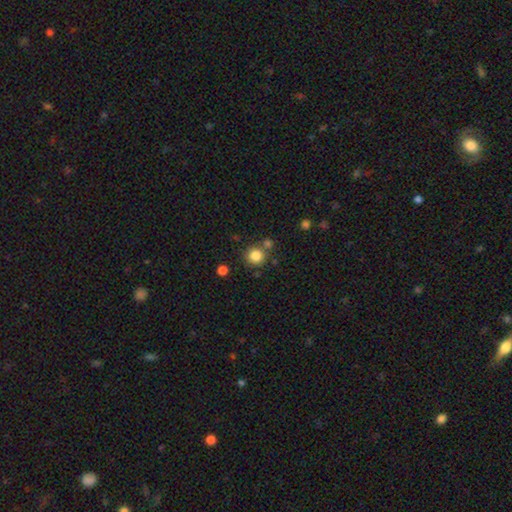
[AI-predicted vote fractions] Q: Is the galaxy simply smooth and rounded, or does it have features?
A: smooth — 83%.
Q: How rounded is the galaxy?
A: round — 92%.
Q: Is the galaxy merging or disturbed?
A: none — 74%.